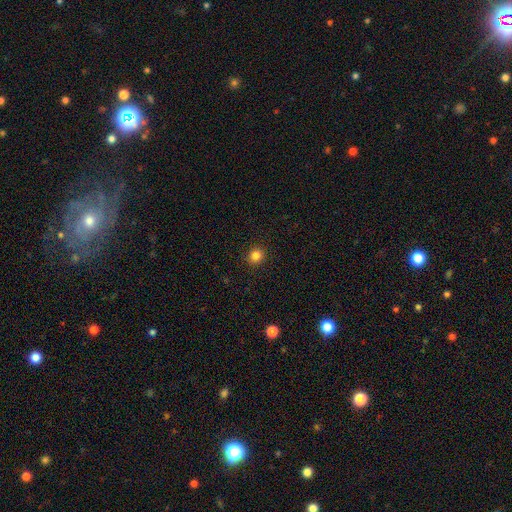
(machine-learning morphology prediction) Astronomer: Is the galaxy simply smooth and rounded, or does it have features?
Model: smooth — 84%.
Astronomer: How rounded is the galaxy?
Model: round — 86%.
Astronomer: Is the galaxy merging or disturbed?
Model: none — 92%.